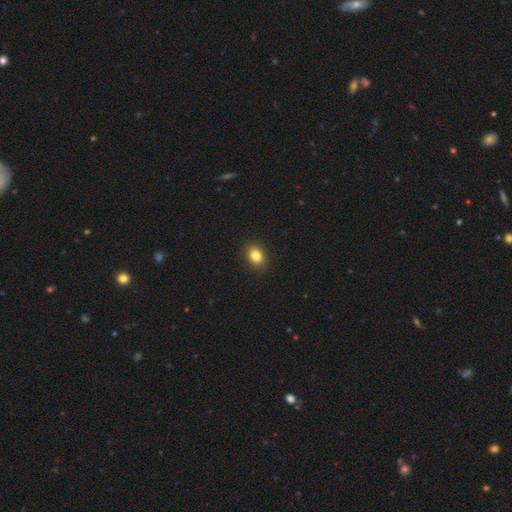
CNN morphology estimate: This appears to be a smooth galaxy with no disk features (84%) that is in between round and cigar-shaped (57%). Merging: none (90%).